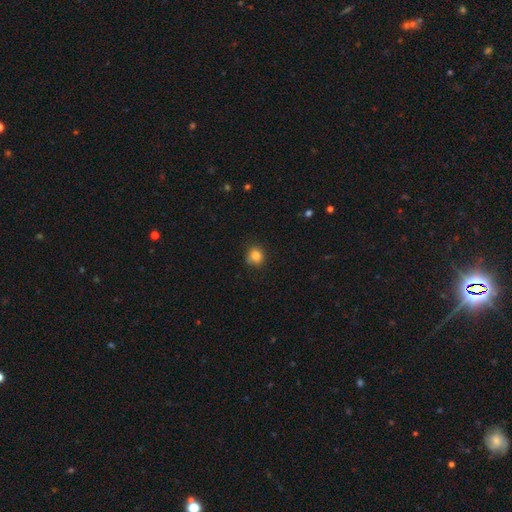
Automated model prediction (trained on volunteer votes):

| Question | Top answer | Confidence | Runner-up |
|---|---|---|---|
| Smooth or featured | smooth | 84% | star or artifact (11%) |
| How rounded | round | 82% | in between (17%) |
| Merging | none | 79% | minor disturbance (17%) |